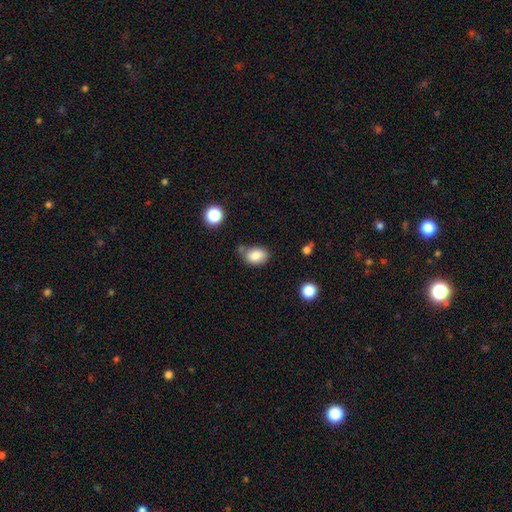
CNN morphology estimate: Q: Smooth or featured?
A: smooth (83%); runner-up: star or artifact (9%)
Q: How rounded?
A: in between (74%); runner-up: round (25%)
Q: Merging?
A: none (61%); runner-up: minor disturbance (22%)